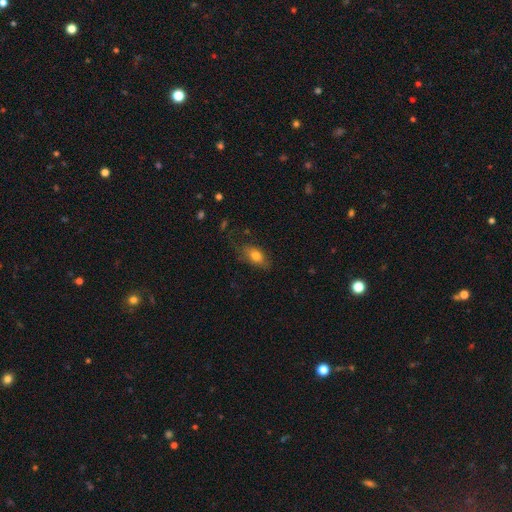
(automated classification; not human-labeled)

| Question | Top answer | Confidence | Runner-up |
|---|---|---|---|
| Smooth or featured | smooth | 76% | featured or disk (15%) |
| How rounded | in between | 84% | round (10%) |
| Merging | none | 65% | minor disturbance (24%) |